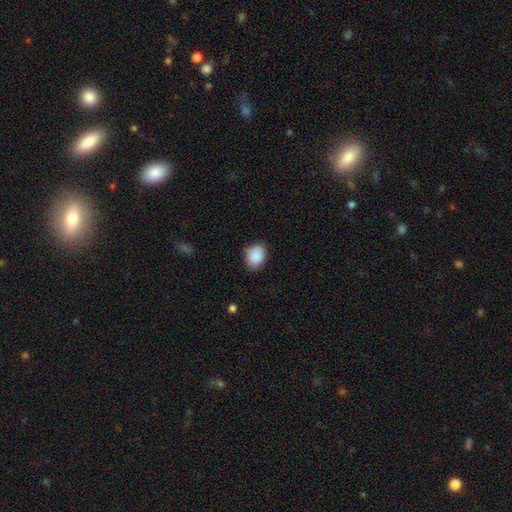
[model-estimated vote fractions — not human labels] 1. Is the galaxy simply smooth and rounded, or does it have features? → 89% smooth, 8% star or artifact, 3% featured or disk.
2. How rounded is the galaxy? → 63% in between, 36% round, 1% cigar-shaped.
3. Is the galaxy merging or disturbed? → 81% none, 15% minor disturbance, 3% major disturbance, 1% merger.